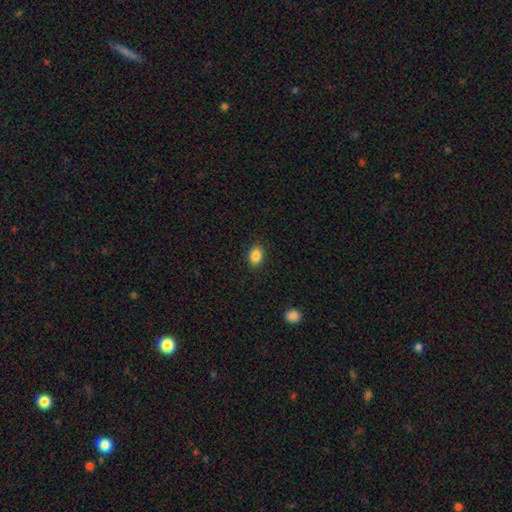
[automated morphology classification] A smooth galaxy with no disk features (87%) that is in between round and cigar-shaped (76%). Merging: none (89%).